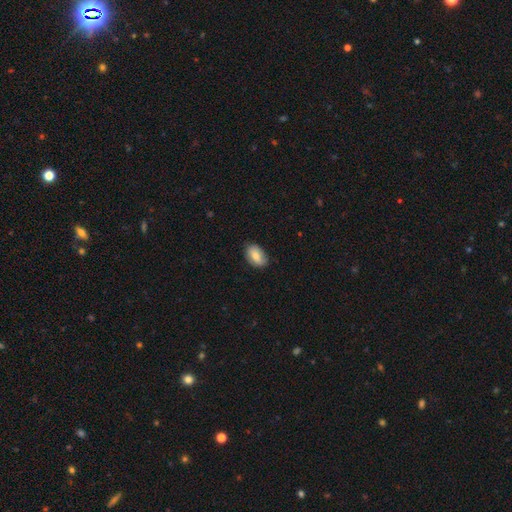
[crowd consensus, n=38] A smooth galaxy with no disk features (89%) that is in between round and cigar-shaped (97%). Merging: none (92%).